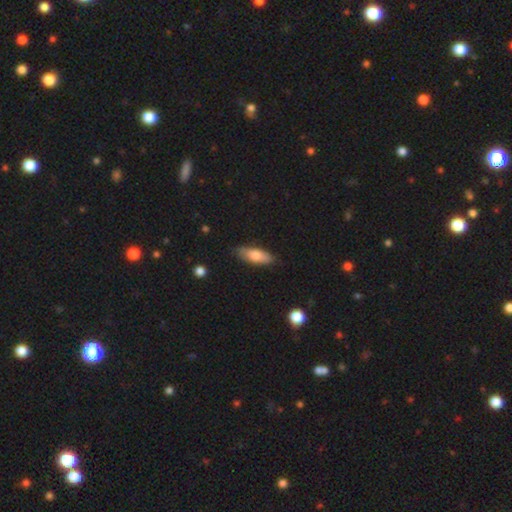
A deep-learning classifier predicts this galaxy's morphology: smooth-or-featured: smooth: 72% | featured or disk: 22% | star or artifact: 6%
  how-rounded: in between: 69% | cigar-shaped: 29% | round: 2%
  merging: none: 83% | minor disturbance: 13% | major disturbance: 2% | merger: 1%